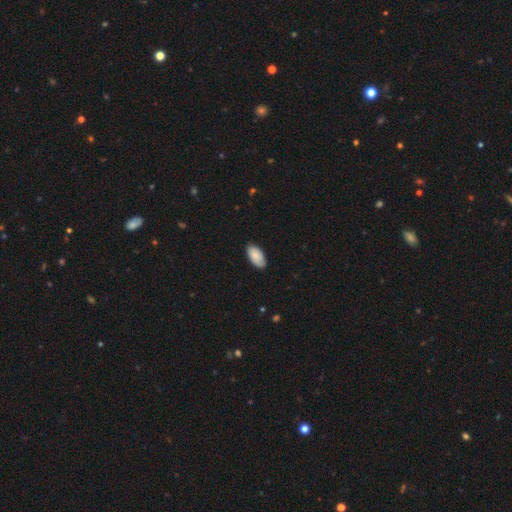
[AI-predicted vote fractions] smooth-or-featured: smooth: 85% | featured or disk: 9% | star or artifact: 6%
  how-rounded: in between: 96% | cigar-shaped: 2% | round: 2%
  merging: none: 82% | minor disturbance: 15% | major disturbance: 2% | merger: 1%